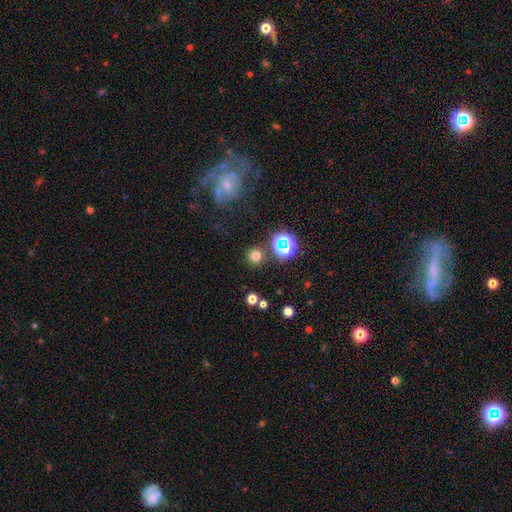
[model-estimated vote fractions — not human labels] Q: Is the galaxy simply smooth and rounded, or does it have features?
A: smooth — 71%.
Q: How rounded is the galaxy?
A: round — 94%.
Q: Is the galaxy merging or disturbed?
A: none — 86%.